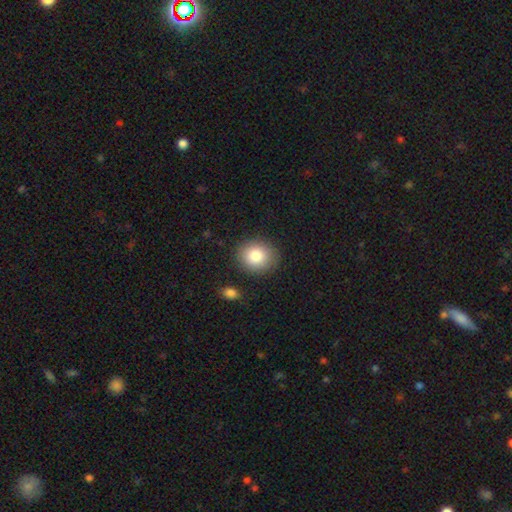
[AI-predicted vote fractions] This is clearly a smooth galaxy (84%). How rounded: likely round (73%). Merging: clearly none (86%).